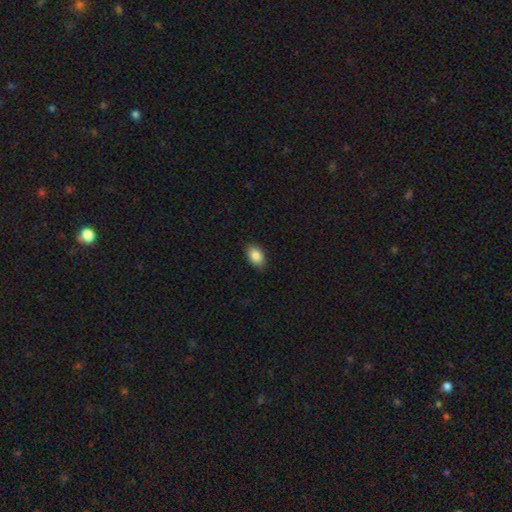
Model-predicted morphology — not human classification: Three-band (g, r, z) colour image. It shows a smooth galaxy with no disk features (86%) that is in between round and cigar-shaped (88%). Merging: none (87%).